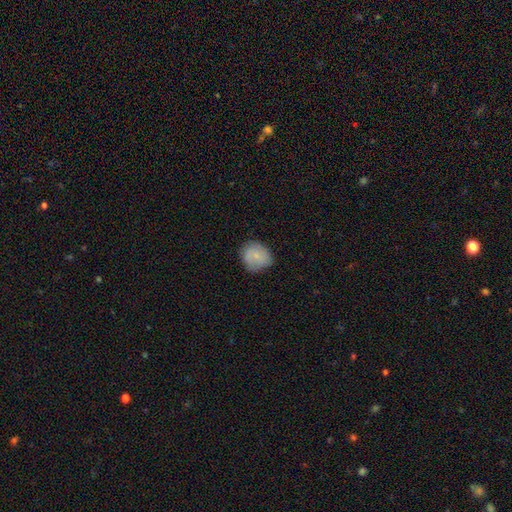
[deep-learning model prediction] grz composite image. It shows a smooth galaxy with no disk features (75%) that is round (76%). Merging: none (71%).